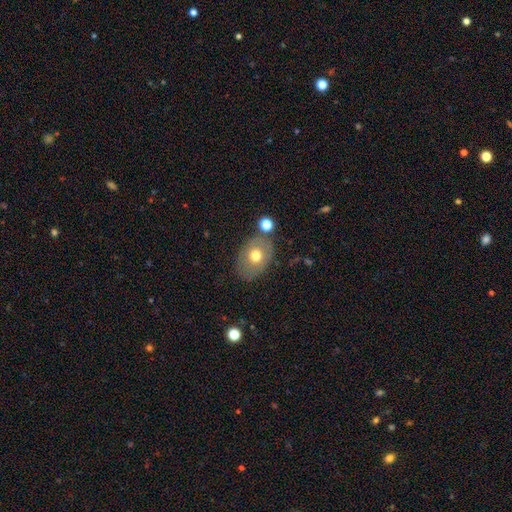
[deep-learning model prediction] Q: Smooth or featured?
A: smooth (65%); runner-up: featured or disk (26%)
Q: How rounded?
A: in between (74%); runner-up: round (25%)
Q: Merging?
A: none (75%); runner-up: minor disturbance (14%)